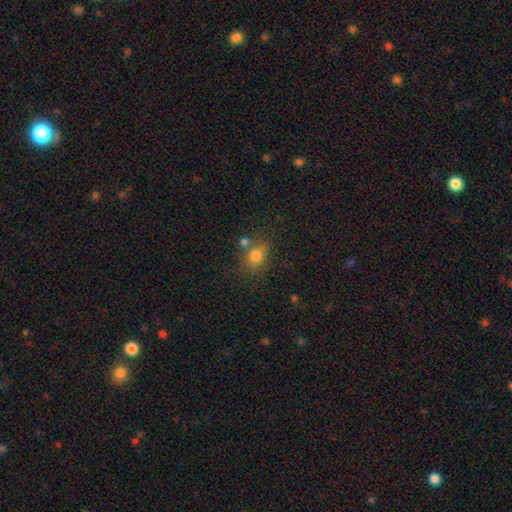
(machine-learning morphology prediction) smooth-or-featured: smooth: 77% | star or artifact: 13% | featured or disk: 9%
  how-rounded: round: 57% | in between: 42% | cigar-shaped: 1%
  merging: none: 61% | merger: 18% | minor disturbance: 16% | major disturbance: 6%